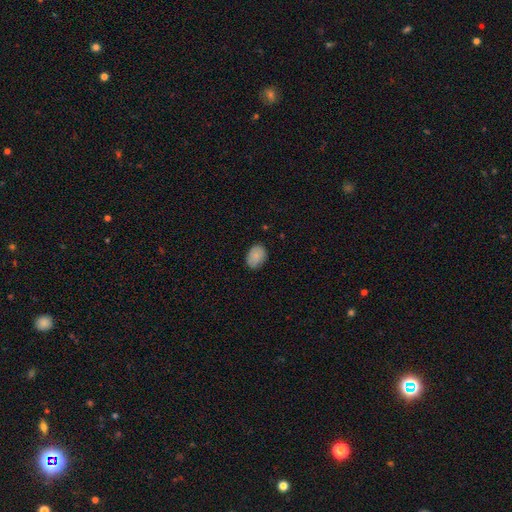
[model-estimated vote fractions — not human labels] A smooth galaxy with no disk features (87%) that is in between round and cigar-shaped (77%). Merging: none (84%).